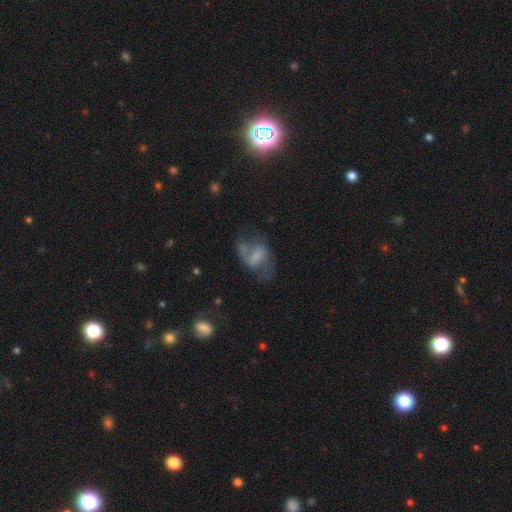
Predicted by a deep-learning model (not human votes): smooth-or-featured: featured or disk: 53% | smooth: 37% | star or artifact: 11%
  disk-edge-on: no: 96% | yes: 4%
    bar: weak: 39% | no: 34% | strong: 26%
    has-spiral-arms: yes: 56% | no: 44%
    bulge-size: none: 48% | moderate: 20% | small: 17% | large: 13% | dominant: 2%
  merging: none: 36% | major disturbance: 35% | minor disturbance: 22% | merger: 8%